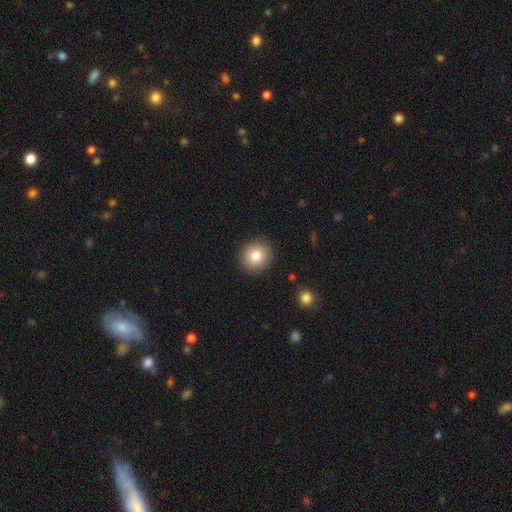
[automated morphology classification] A smooth galaxy with no disk features (81%) that is round (90%).

Vote fractions:
- Smooth or featured? smooth: 81% / star or artifact: 9% / featured or disk: 9%
- How rounded? round: 90% / in between: 9% / cigar-shaped: 1%
- Merging? none: 91% / minor disturbance: 6% / major disturbance: 2% / merger: 1%